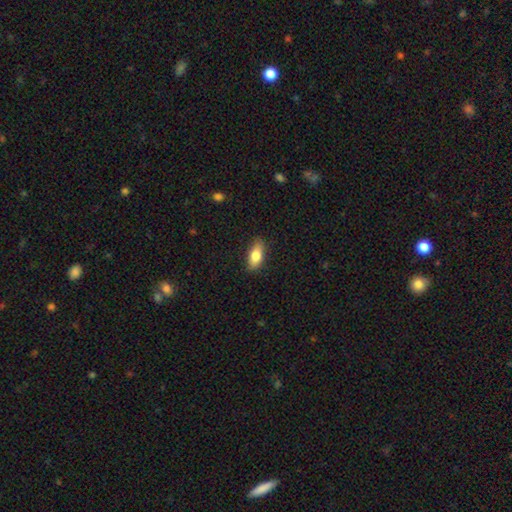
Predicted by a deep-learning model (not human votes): A smooth galaxy with no disk features (80%) that is in between round and cigar-shaped (82%). Merging: none (85%).